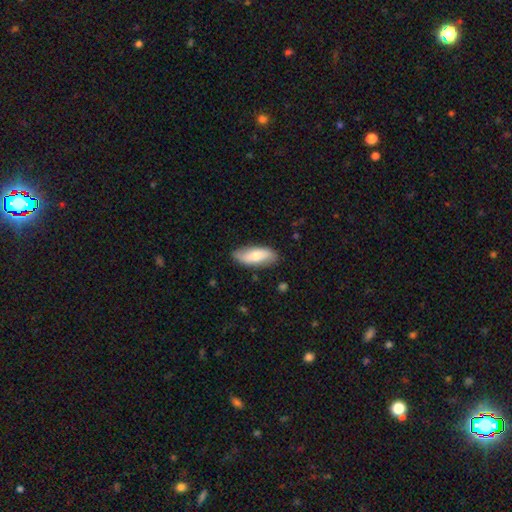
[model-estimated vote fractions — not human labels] Smooth or featured? Predicted: smooth (p=0.65). How rounded? Predicted: in between (p=0.78). Merging? Predicted: none (p=0.81).